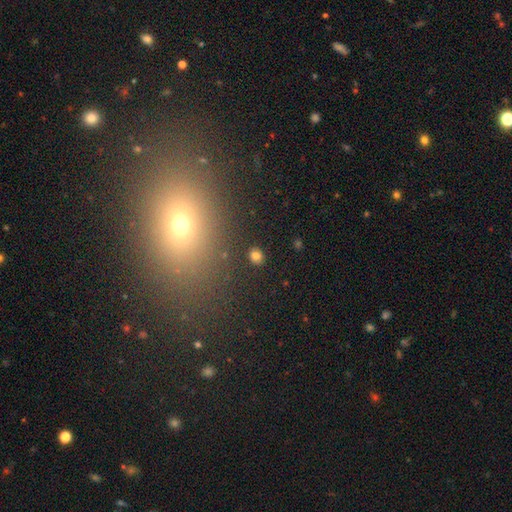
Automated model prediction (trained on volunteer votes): This appears to be a smooth galaxy with no disk features (80%) that is round (70%). Merging: none (88%).